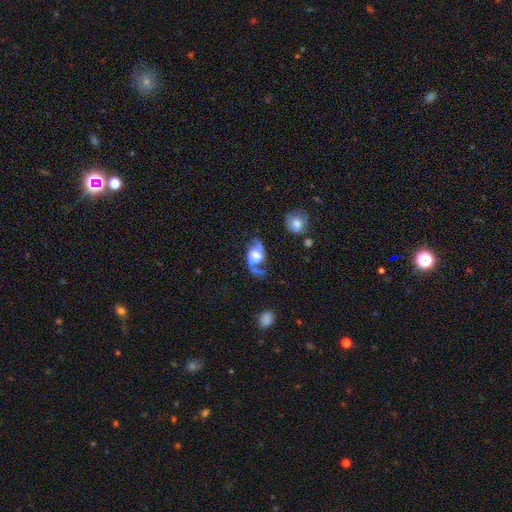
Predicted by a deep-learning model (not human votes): Q: Smooth or featured?
A: featured or disk (69%); runner-up: smooth (23%)
Q: Edge-on disk?
A: no (94%); runner-up: yes (6%)
Q: Bar?
A: no (47%); runner-up: weak (36%)
Q: Spiral arms?
A: yes (84%); runner-up: no (16%)
Q: Spiral winding?
A: loose (63%); runner-up: medium (28%)
Q: Spiral arm count?
A: 2 (85%); runner-up: 1 (7%)
Q: Bulge size?
A: moderate (46%); runner-up: large (23%)
Q: Merging?
A: none (42%); runner-up: major disturbance (24%)